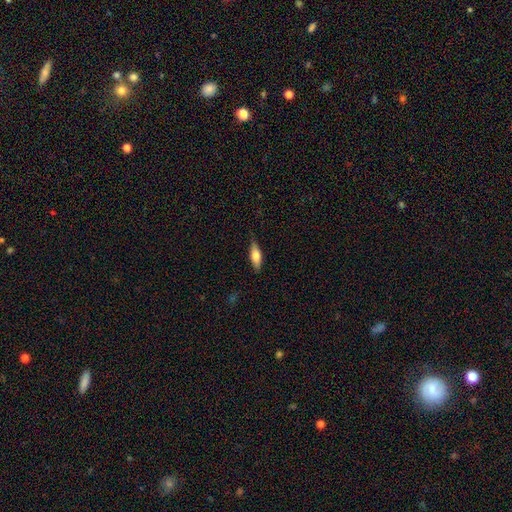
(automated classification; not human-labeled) smooth_or_featured: smooth (p=0.69) [alt: featured or disk p=0.25]
how_rounded: in between (p=0.56) [alt: cigar-shaped p=0.41]
merging: none (p=0.79) [alt: minor disturbance p=0.17]